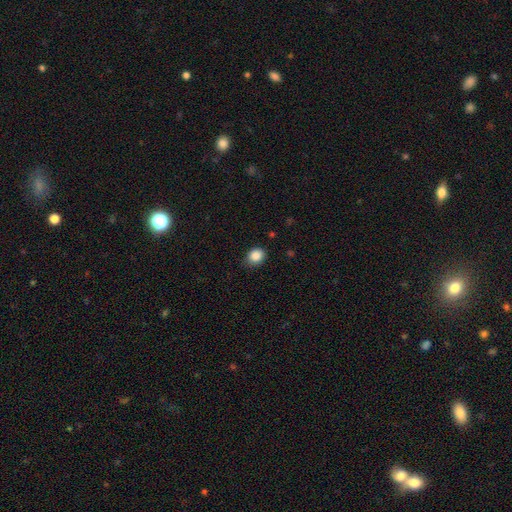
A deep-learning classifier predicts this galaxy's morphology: smooth 87%, star or artifact 10%, featured or disk 4%. Down the decision tree: how rounded — round (65%); merging — none (77%).